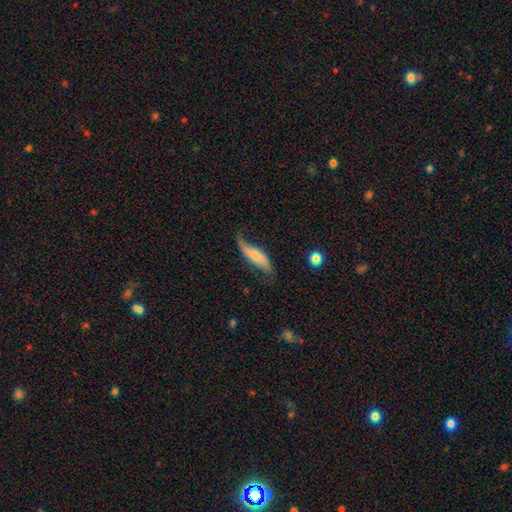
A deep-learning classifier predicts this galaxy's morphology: smooth_or_featured: featured or disk (p=0.51) [alt: smooth p=0.43]
disk_edge_on: no (p=0.74) [alt: yes p=0.26]
merging: none (p=0.44) [alt: minor disturbance p=0.31]